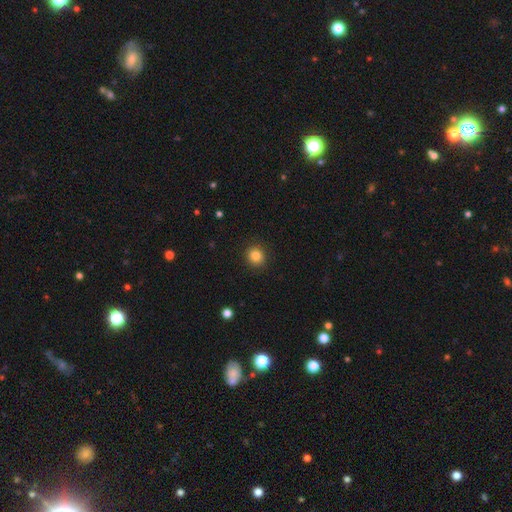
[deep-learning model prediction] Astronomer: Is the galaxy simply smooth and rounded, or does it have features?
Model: smooth — 84%.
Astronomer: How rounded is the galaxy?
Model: round — 87%.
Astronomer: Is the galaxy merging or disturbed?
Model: none — 90%.